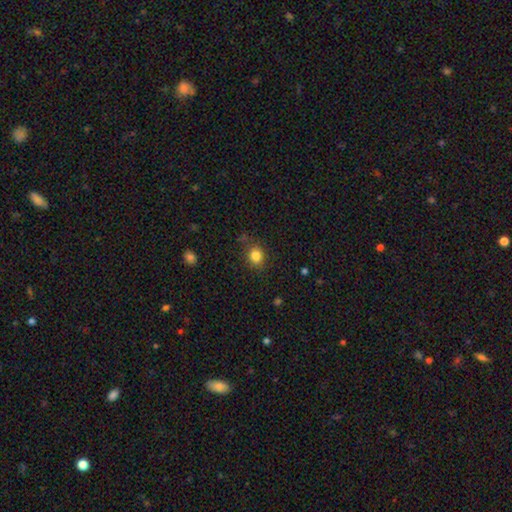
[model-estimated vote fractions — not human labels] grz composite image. It shows a smooth galaxy with no disk features (83%) that is round (70%). Merging: none (81%).